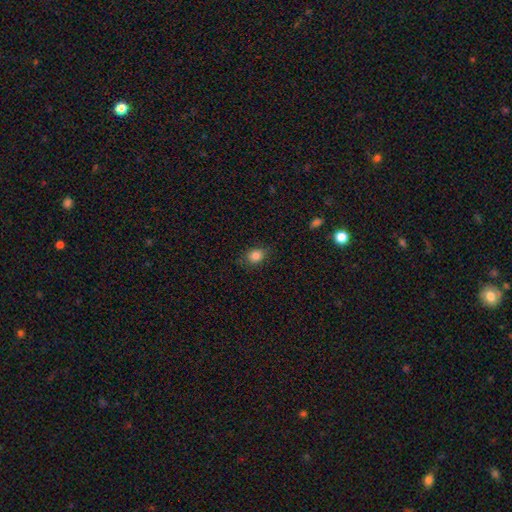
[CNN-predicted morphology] Smooth or featured? Predicted: smooth (p=0.83). How rounded? Predicted: in between (p=0.54). Merging? Predicted: none (p=0.79).